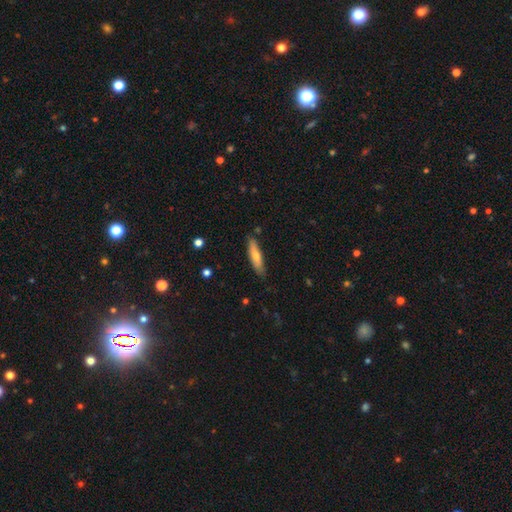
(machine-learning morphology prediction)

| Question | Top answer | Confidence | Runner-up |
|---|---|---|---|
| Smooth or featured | smooth | 64% | featured or disk (30%) |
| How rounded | cigar-shaped | 76% | in between (22%) |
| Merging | none | 82% | minor disturbance (14%) |